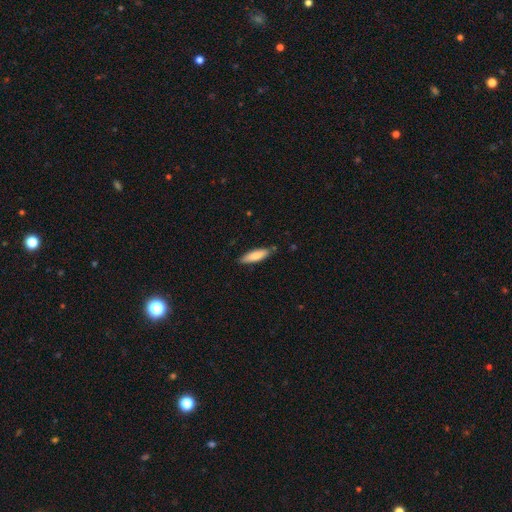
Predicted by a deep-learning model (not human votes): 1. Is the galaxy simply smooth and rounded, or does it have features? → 80% smooth, 14% featured or disk, 6% star or artifact.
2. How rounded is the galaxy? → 60% cigar-shaped, 38% in between, 1% round.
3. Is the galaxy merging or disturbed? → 84% none, 13% minor disturbance, 2% major disturbance, 2% merger.